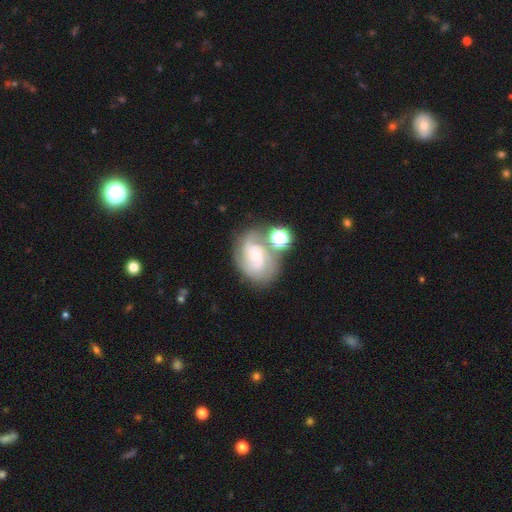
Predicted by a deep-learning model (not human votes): A featured or disk galaxy (72%) with no bar (52%), 2 (55%) medium (43%) spiral arms (91%) and a small central bulge (52%).

Vote fractions:
- Smooth or featured? featured or disk: 72% / smooth: 18% / star or artifact: 10%
- Edge-on disk? no: 97% / yes: 3%
- Bar? no: 52% / weak: 39% / strong: 9%
- Spiral arms? yes: 91% / no: 9%
- Spiral winding? medium: 43% / tight: 42% / loose: 15%
- Spiral arm count? 2: 55% / can't tell: 21% / 3: 14% / 1: 4% / 4: 3% / more than 4: 3%
- Bulge size? small: 52% / moderate: 38% / large: 4% / none: 4% / dominant: 1%
- Merging? none: 54% / merger: 21% / minor disturbance: 16% / major disturbance: 8%